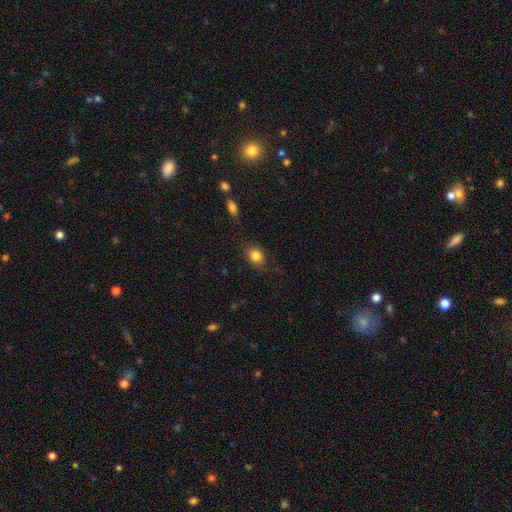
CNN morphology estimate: Smooth or featured: smooth — 84% (star or artifact — 9%)
How rounded: round — 56% (in between — 43%)
Merging: none — 77% (minor disturbance — 17%)